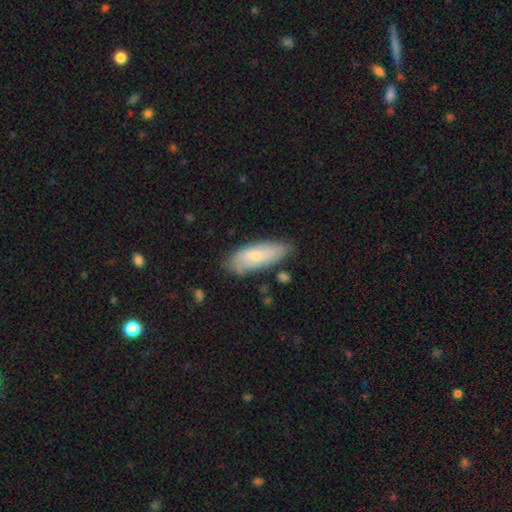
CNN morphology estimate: smooth 70%, featured or disk 24%, star or artifact 6%. Down the decision tree: how rounded — in between (68%); merging — none (74%).